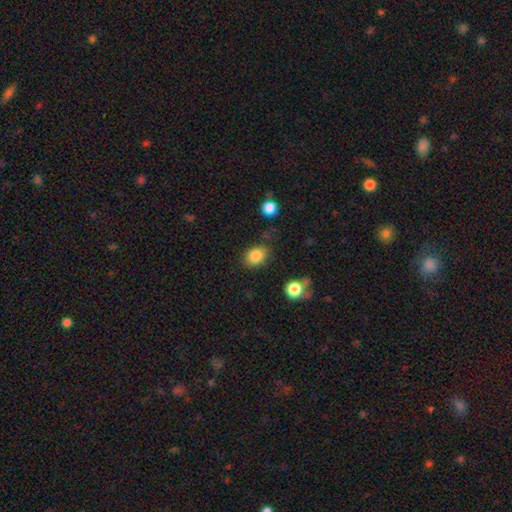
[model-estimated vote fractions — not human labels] smooth-or-featured: smooth: 85% | star or artifact: 10% | featured or disk: 6%
  how-rounded: in between: 61% | round: 38% | cigar-shaped: 1%
  merging: none: 74% | minor disturbance: 17% | major disturbance: 5% | merger: 4%